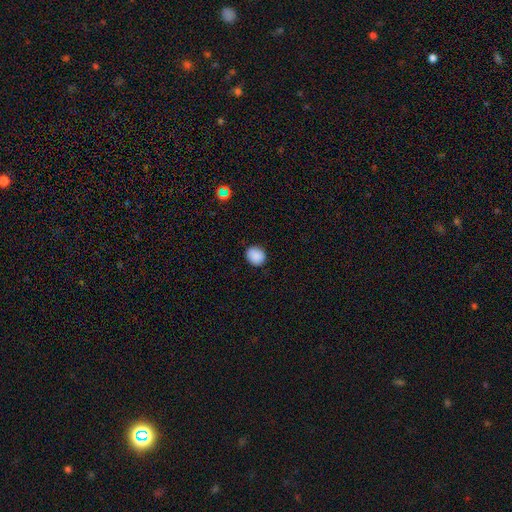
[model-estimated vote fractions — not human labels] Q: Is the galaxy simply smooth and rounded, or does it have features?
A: smooth — 89%.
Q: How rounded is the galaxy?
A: round — 80%.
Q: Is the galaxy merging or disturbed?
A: none — 89%.